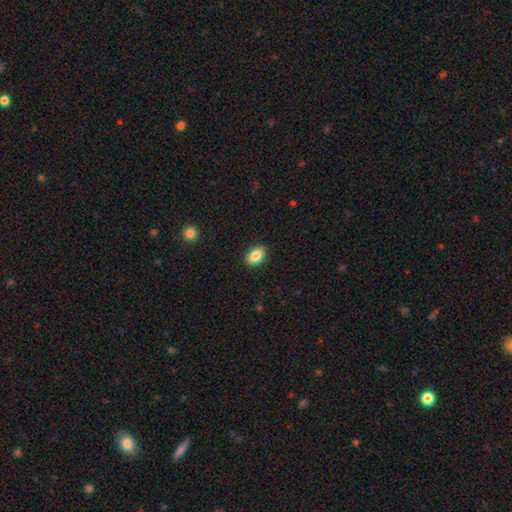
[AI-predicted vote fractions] Smooth or featured? Predicted: smooth (p=0.86). How rounded? Predicted: in between (p=0.90). Merging? Predicted: none (p=0.88).